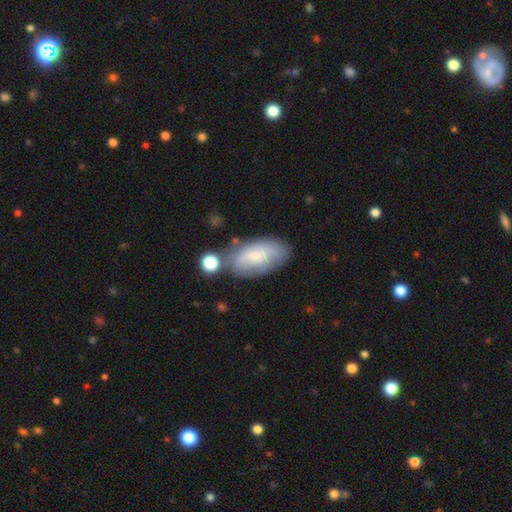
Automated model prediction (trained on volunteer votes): A smooth galaxy with no disk features (63%) that is in between round and cigar-shaped (92%). Merging: none (57%).